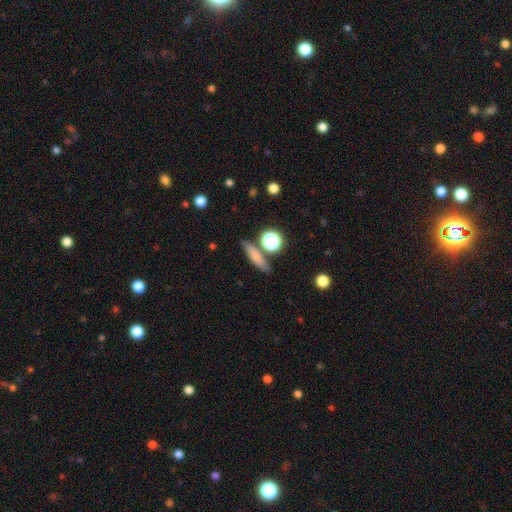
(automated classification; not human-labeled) Overall: smooth (72%). How rounded: cigar-shaped (63%; in between 24%). Merging: none (77%).